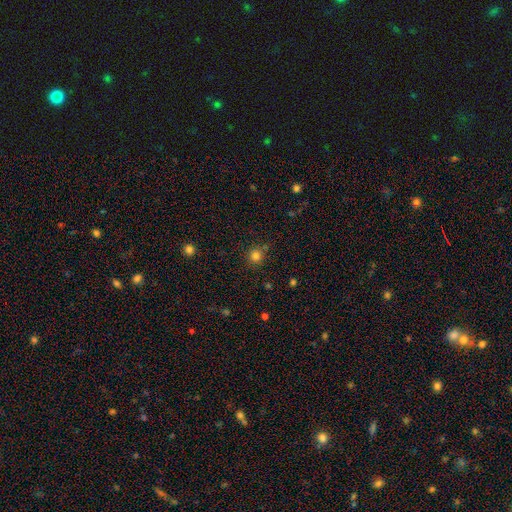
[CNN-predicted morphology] smooth_or_featured: smooth (p=0.81) [alt: star or artifact p=0.15]
how_rounded: round (p=0.92) [alt: in between p=0.07]
merging: none (p=0.82) [alt: minor disturbance p=0.10]